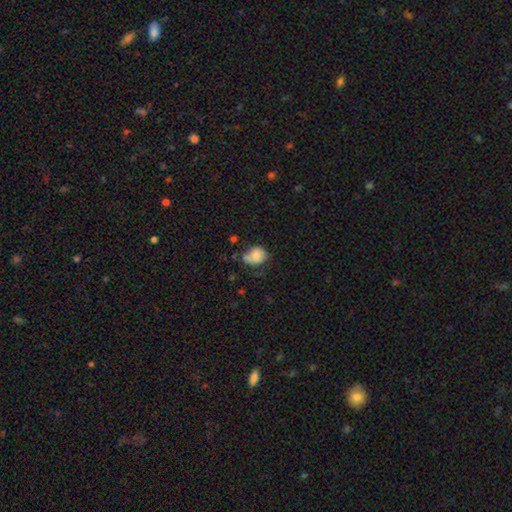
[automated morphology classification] Smooth or featured? smooth (75%)
How rounded? in between (50%)
Merging? none (40%)